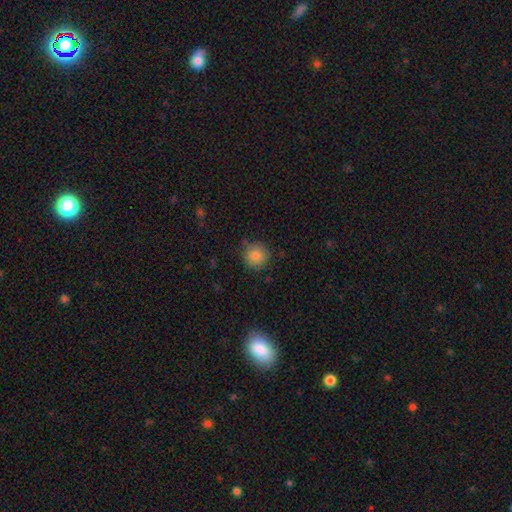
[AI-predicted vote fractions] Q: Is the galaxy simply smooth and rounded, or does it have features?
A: smooth — 86%.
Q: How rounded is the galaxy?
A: round — 93%.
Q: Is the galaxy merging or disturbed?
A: none — 83%.